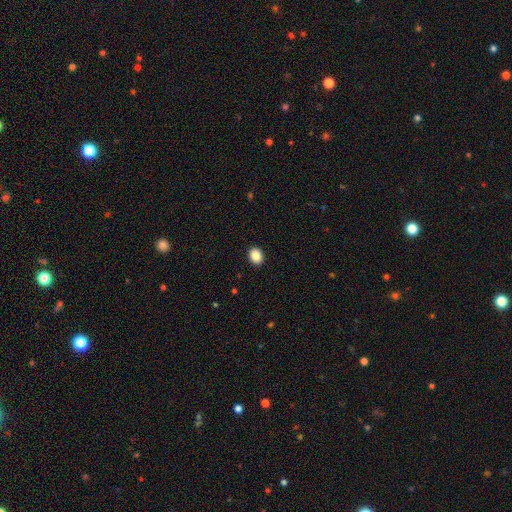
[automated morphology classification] smooth 88%, star or artifact 8%, featured or disk 4%. Down the decision tree: how rounded — in between (61%); merging — none (92%).